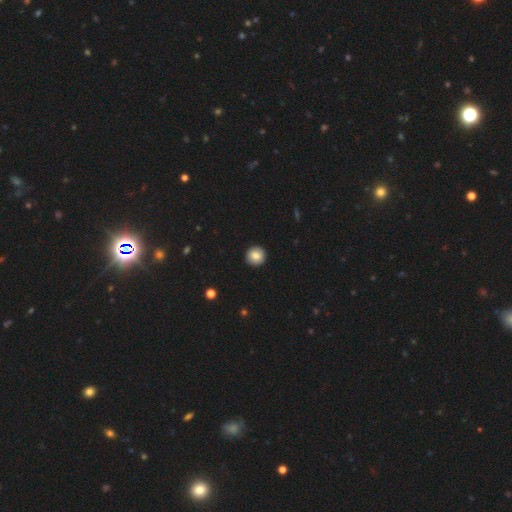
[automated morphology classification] smooth 85%, star or artifact 8%, featured or disk 7%. Down the decision tree: how rounded — round (94%); merging — none (92%).